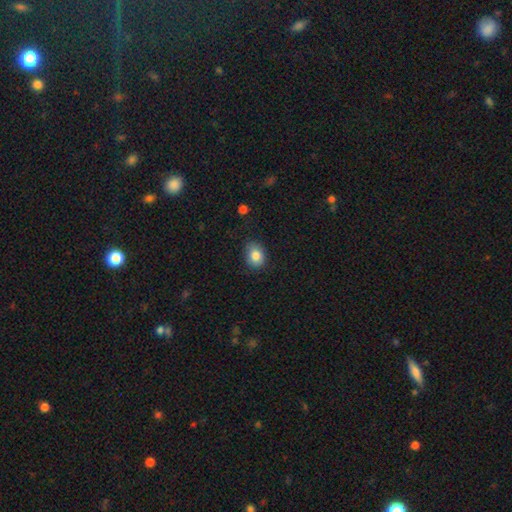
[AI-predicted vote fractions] Smooth or featured?
  - smooth: 83% *
  - star or artifact: 9%
  - featured or disk: 8%
How rounded?
  - in between: 54% *
  - round: 45%
  - cigar-shaped: 1%
Merging?
  - none: 76% *
  - minor disturbance: 19%
  - major disturbance: 3%
  - merger: 1%